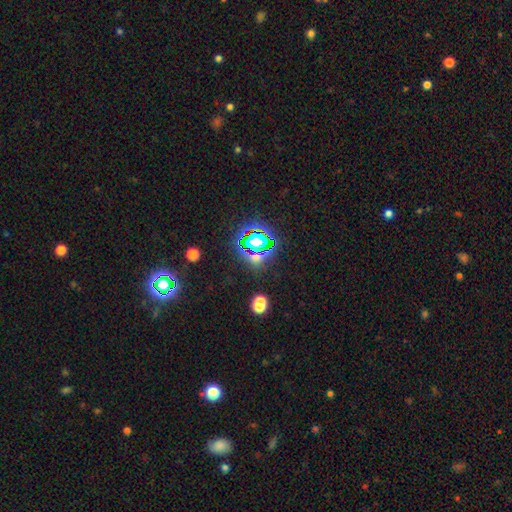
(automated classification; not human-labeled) The model was most divided on "smooth or featured": star or artifact: 73%, smooth: 18%, featured or disk: 9%.